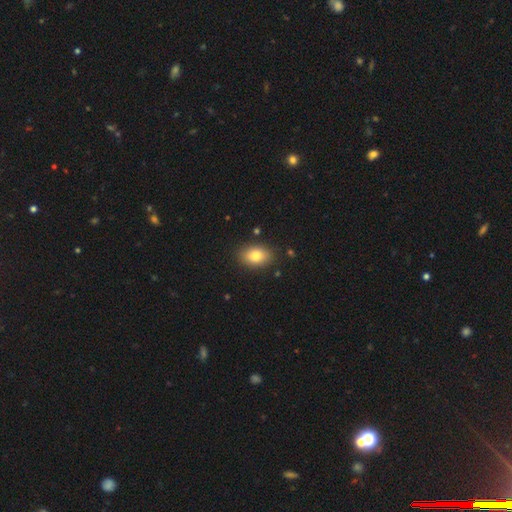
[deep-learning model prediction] Q: Smooth or featured?
A: smooth (80%); runner-up: featured or disk (11%)
Q: How rounded?
A: in between (82%); runner-up: round (17%)
Q: Merging?
A: none (86%); runner-up: minor disturbance (10%)